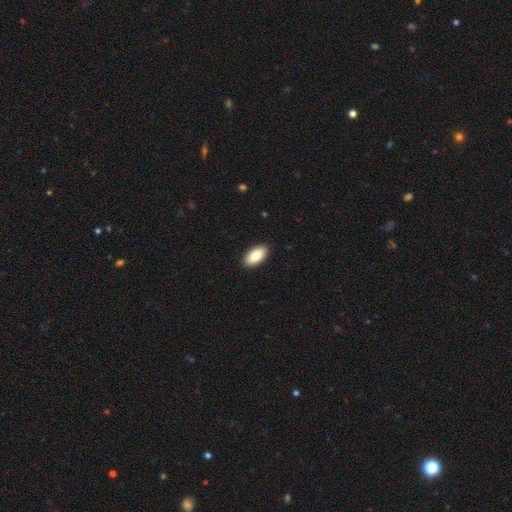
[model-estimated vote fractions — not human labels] Smooth or featured? Predicted: smooth (p=0.88). How rounded? Predicted: in between (p=0.94). Merging? Predicted: none (p=0.90).